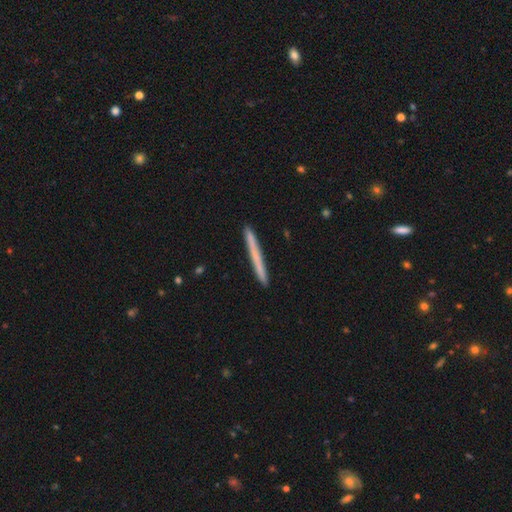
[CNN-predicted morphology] Overall: smooth (62%; featured or disk 32%). How rounded: cigar-shaped (97%). Merging: none (92%).